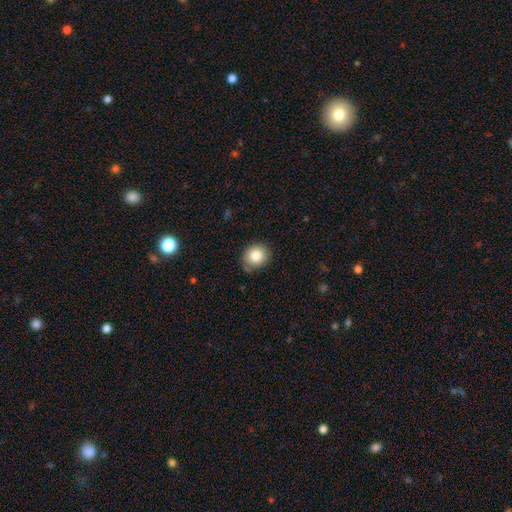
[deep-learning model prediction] A smooth galaxy with no disk features (83%) that is round (74%). Merging: none (80%).